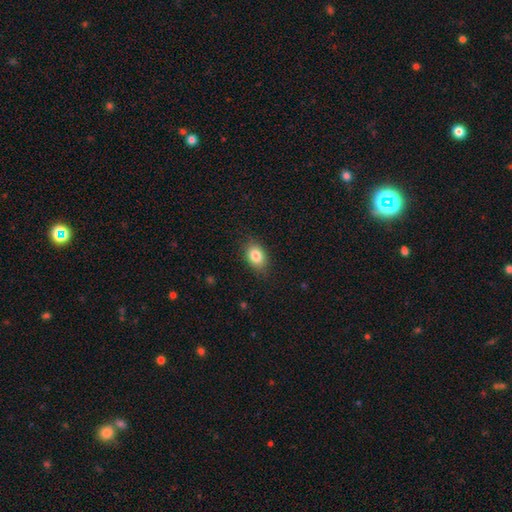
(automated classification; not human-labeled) smooth 83%, star or artifact 9%, featured or disk 8%. Down the decision tree: how rounded — in between (78%); merging — none (84%).